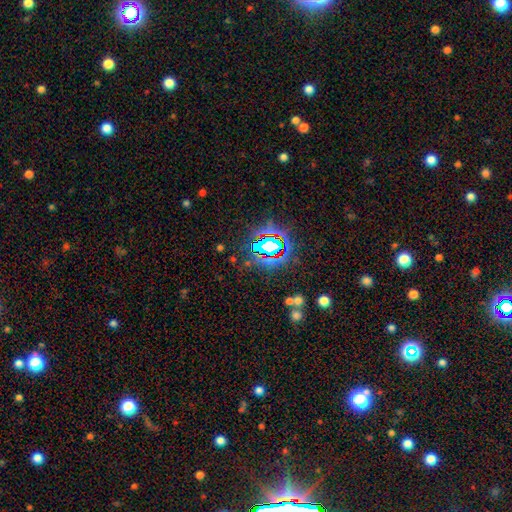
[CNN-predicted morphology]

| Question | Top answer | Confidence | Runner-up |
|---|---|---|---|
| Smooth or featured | star or artifact | 80% | smooth (11%) |